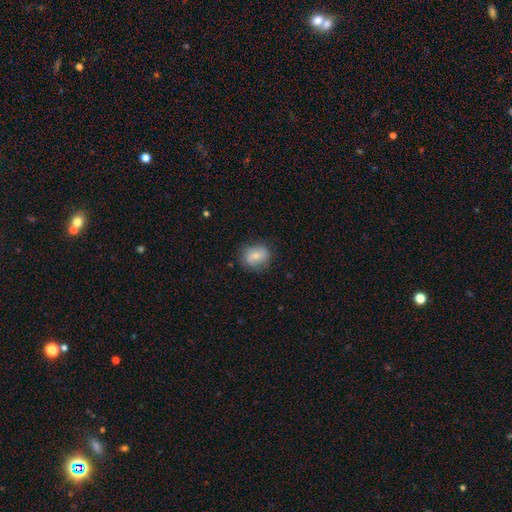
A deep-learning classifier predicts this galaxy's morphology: A smooth galaxy with no disk features (73%) that is round (60%).

Vote fractions:
- Smooth or featured? smooth: 73% / featured or disk: 19% / star or artifact: 8%
- How rounded? round: 60% / in between: 39% / cigar-shaped: 1%
- Merging? none: 78% / minor disturbance: 17% / major disturbance: 5% / merger: 1%